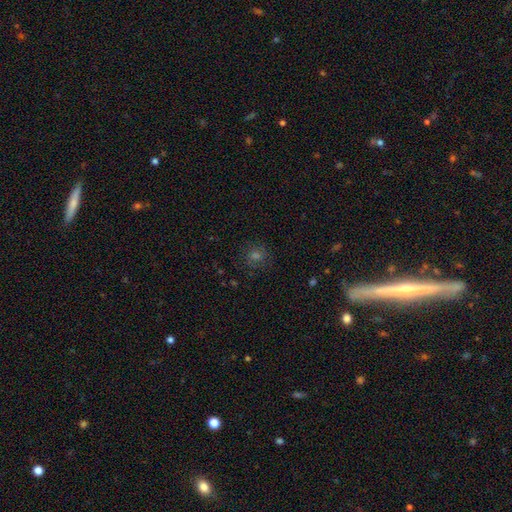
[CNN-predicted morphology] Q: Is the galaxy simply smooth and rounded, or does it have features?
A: smooth — 51%.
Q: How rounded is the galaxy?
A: round — 85%.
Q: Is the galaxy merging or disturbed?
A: none — 83%.